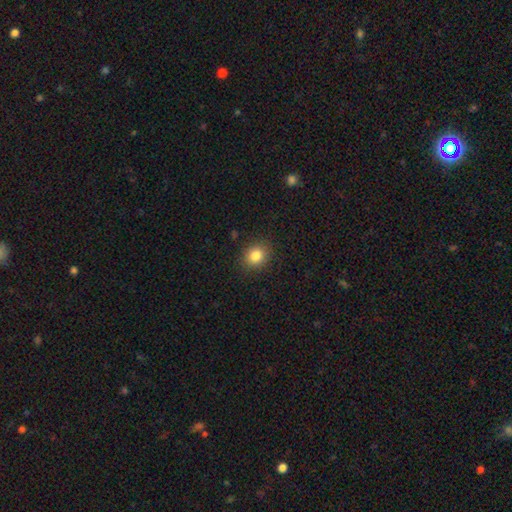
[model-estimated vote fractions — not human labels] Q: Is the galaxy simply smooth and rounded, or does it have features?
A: smooth — 83%.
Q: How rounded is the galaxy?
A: round — 68%.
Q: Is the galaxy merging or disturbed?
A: none — 88%.